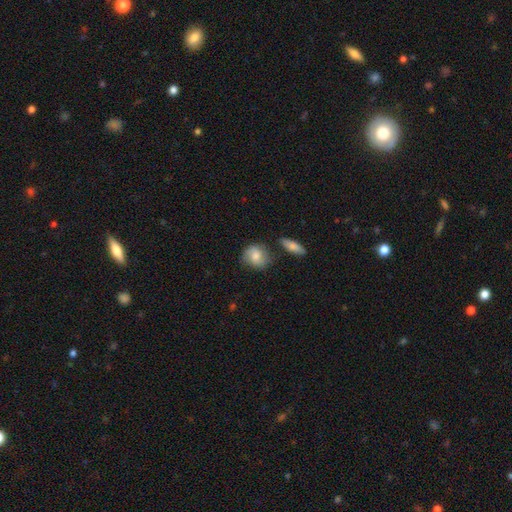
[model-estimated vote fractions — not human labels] smooth_or_featured: smooth (p=0.70) [alt: featured or disk p=0.23]
how_rounded: round (p=0.64) [alt: in between p=0.34]
merging: none (p=0.66) [alt: minor disturbance p=0.22]